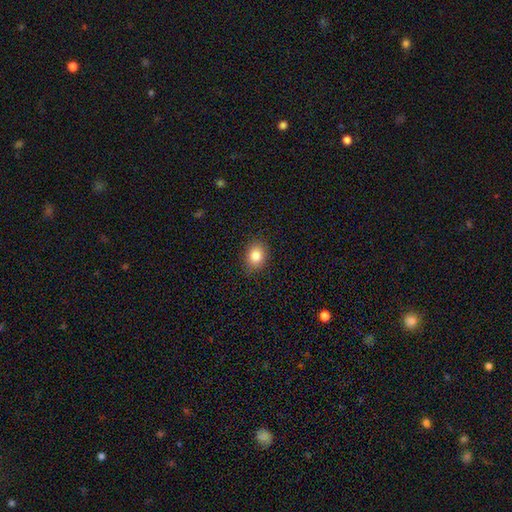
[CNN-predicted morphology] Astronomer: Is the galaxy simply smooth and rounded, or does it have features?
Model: smooth — 85%.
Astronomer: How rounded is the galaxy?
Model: in between — 55% (runner-up: round, 44%).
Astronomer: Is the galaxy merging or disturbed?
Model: none — 86%.